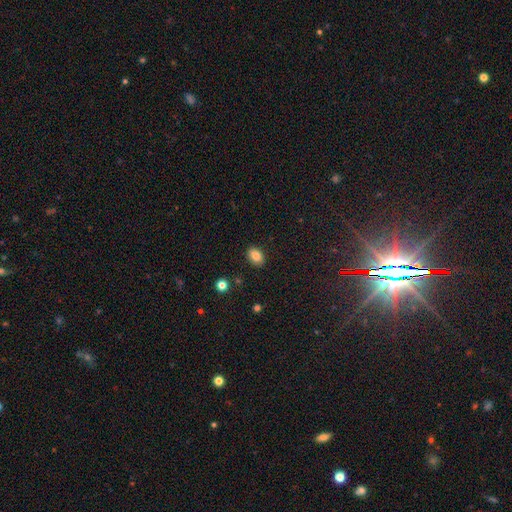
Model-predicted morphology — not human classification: Smooth or featured?
  - smooth: 85% *
  - star or artifact: 9%
  - featured or disk: 5%
How rounded?
  - in between: 78% *
  - round: 21%
  - cigar-shaped: 1%
Merging?
  - none: 88% *
  - minor disturbance: 8%
  - major disturbance: 2%
  - merger: 1%